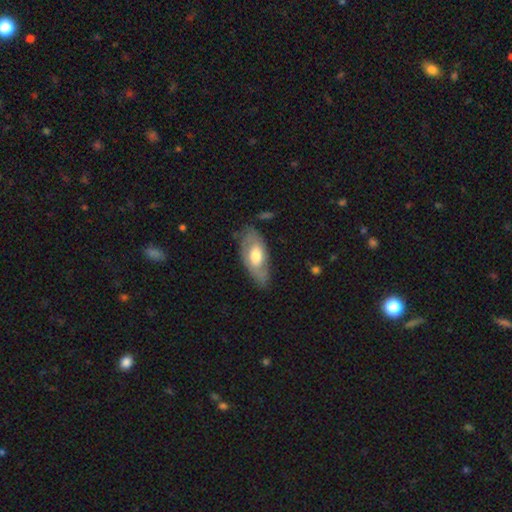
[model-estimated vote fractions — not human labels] A smooth galaxy with no disk features (52%) that is in between round and cigar-shaped (88%). Merging: none (68%).